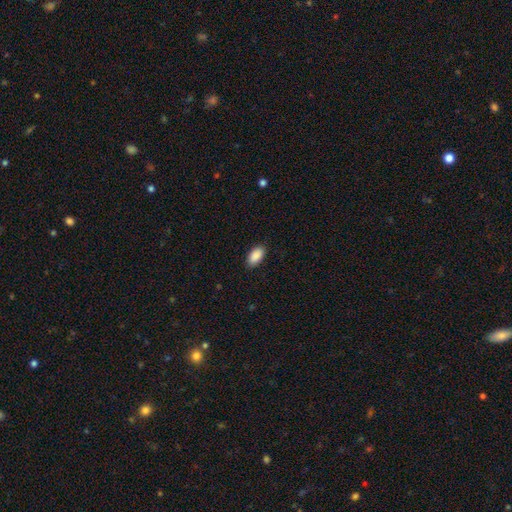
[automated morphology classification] smooth 91%, star or artifact 6%, featured or disk 3%. Down the decision tree: how rounded — in between (95%); merging — none (89%).